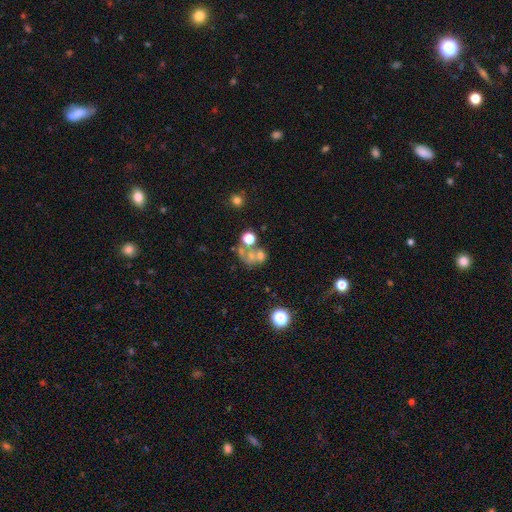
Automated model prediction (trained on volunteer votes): Smooth or featured? Predicted: smooth (p=0.48). Merging? Predicted: merger (p=0.50).